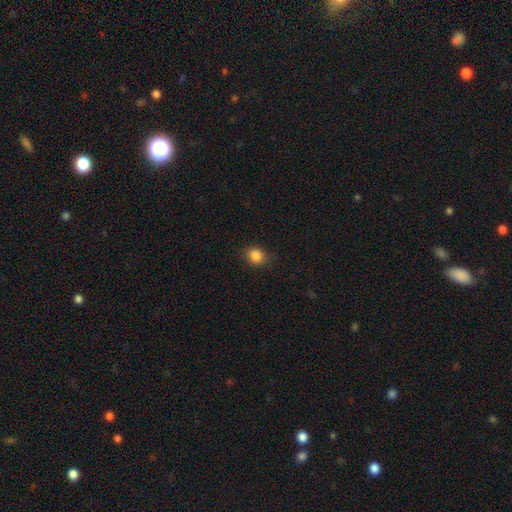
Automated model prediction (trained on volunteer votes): Overall: smooth (85%). How rounded: round (62%; in between 37%). Merging: none (85%).